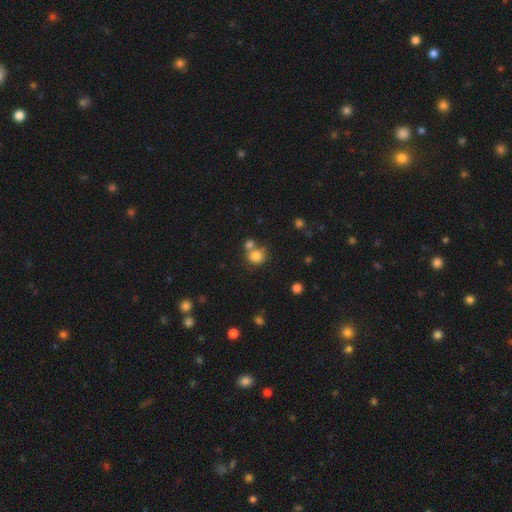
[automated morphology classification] Smooth or featured: smooth — 81% (star or artifact — 11%)
How rounded: round — 81% (in between — 18%)
Merging: none — 50% (merger — 36%)